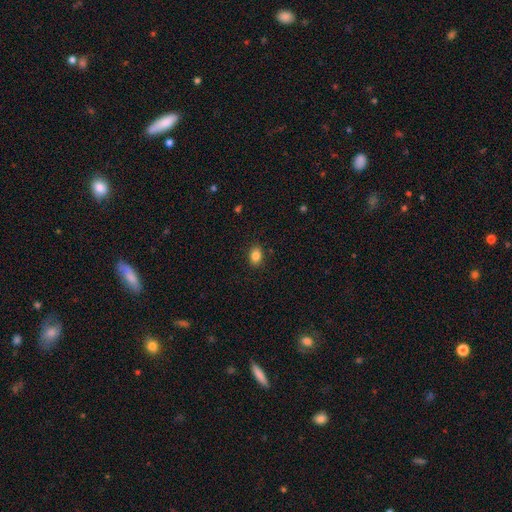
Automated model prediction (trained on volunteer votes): This appears to be a smooth galaxy with no disk features (85%) that is in between round and cigar-shaped (76%). Merging: none (89%).